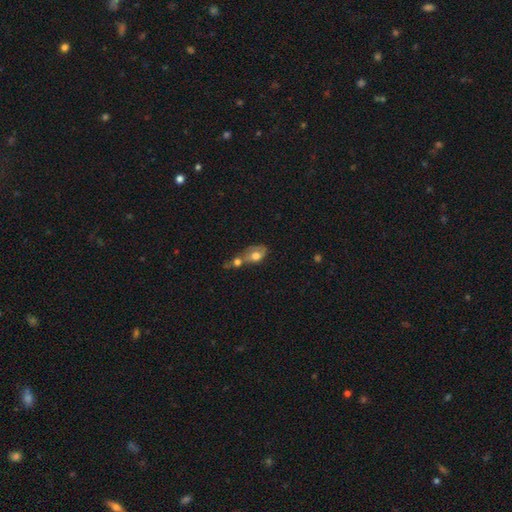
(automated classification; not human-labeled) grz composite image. It shows a smooth galaxy with no disk features (59%) that is in between round and cigar-shaped (76%). Merging: merger (66%).